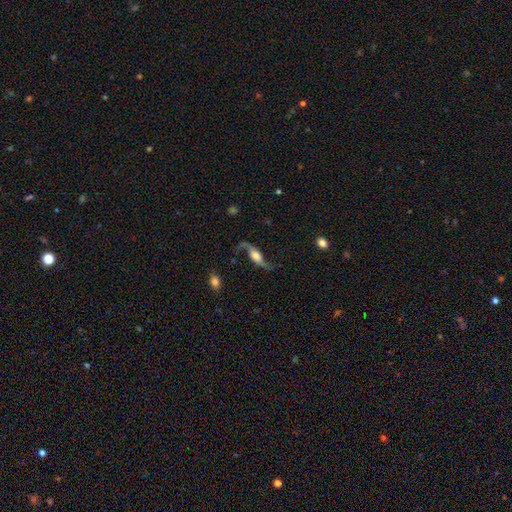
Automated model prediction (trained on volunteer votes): A featured or disk galaxy (84%) with no bar (52%), 2 (93%) loose (90%) spiral arms (96%) and a moderate central bulge (36%). Merging: none (72%).